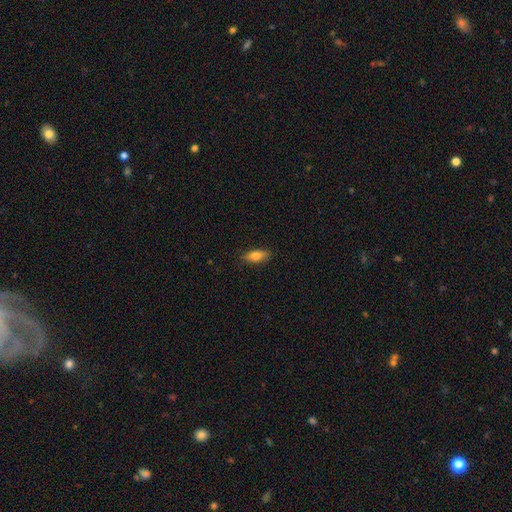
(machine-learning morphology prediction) Q: Smooth or featured?
A: smooth (78%); runner-up: featured or disk (15%)
Q: How rounded?
A: in between (74%); runner-up: cigar-shaped (23%)
Q: Merging?
A: none (85%); runner-up: minor disturbance (12%)